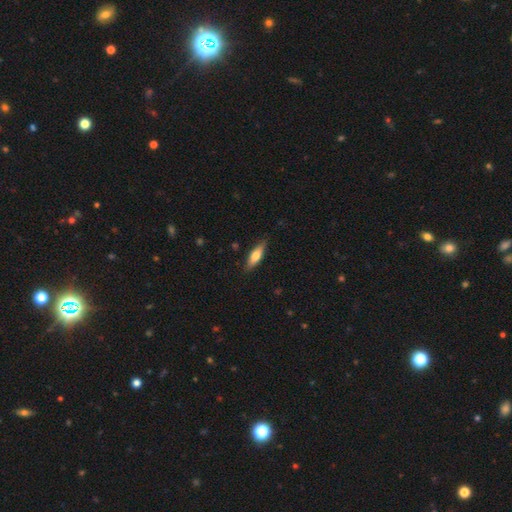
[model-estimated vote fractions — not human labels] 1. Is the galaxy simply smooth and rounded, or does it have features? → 61% smooth, 33% featured or disk, 6% star or artifact.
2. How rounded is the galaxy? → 55% cigar-shaped, 43% in between, 2% round.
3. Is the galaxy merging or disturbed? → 85% none, 11% minor disturbance, 2% major disturbance, 1% merger.